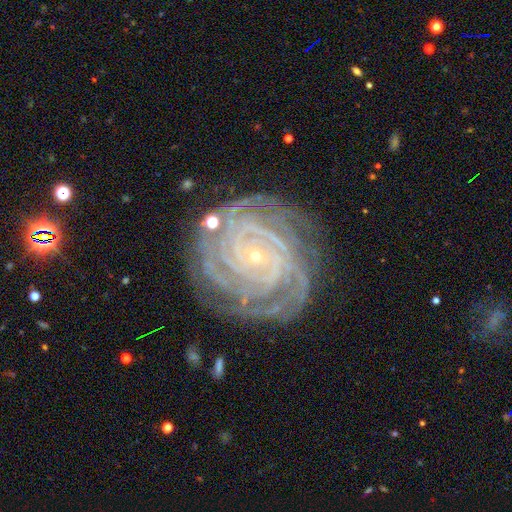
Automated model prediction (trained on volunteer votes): Smooth or featured?
  - featured or disk: 90% *
  - star or artifact: 6%
  - smooth: 3%
Edge-on disk?
  - no: 97% *
  - yes: 3%
Bar?
  - no: 69% *
  - weak: 19%
  - strong: 12%
Spiral arms?
  - yes: 99% *
  - no: 1%
Spiral winding?
  - tight: 87% *
  - medium: 11%
  - loose: 2%
Spiral arm count?
  - 4: 29% *
  - more than 4: 24%
  - 3: 15%
  - can't tell: 14%
  - 2: 10%
  - 1: 7%
Bulge size?
  - small: 89% *
  - moderate: 8%
  - none: 1%
  - large: 1%
  - dominant: 1%
Merging?
  - none: 79% *
  - minor disturbance: 14%
  - major disturbance: 5%
  - merger: 2%